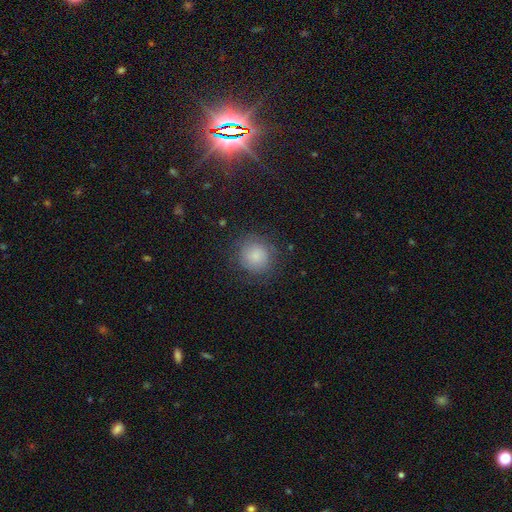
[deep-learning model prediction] This appears to be a smooth galaxy with no disk features (80%) that is round (90%). Merging: none (79%).